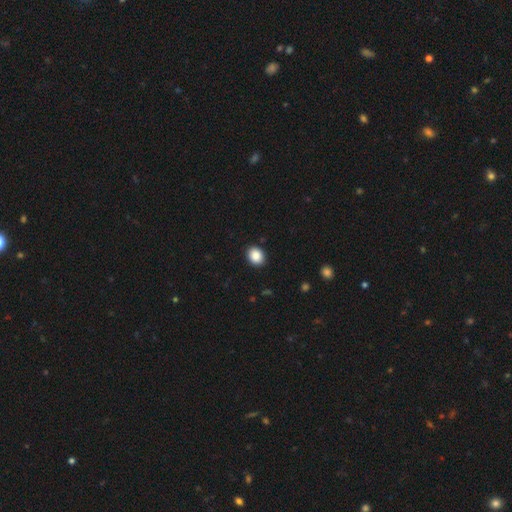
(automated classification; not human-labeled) Q: Smooth or featured?
A: smooth (89%); runner-up: star or artifact (8%)
Q: How rounded?
A: round (58%); runner-up: in between (41%)
Q: Merging?
A: none (91%); runner-up: minor disturbance (6%)